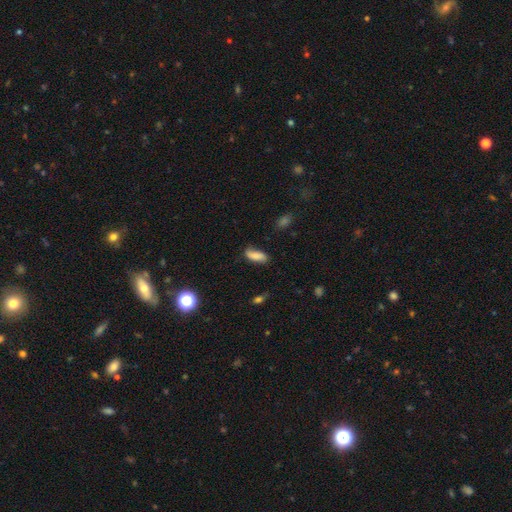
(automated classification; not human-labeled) Morphology: type=smooth (77%); roundness=in between (77%); merging=none (70%).